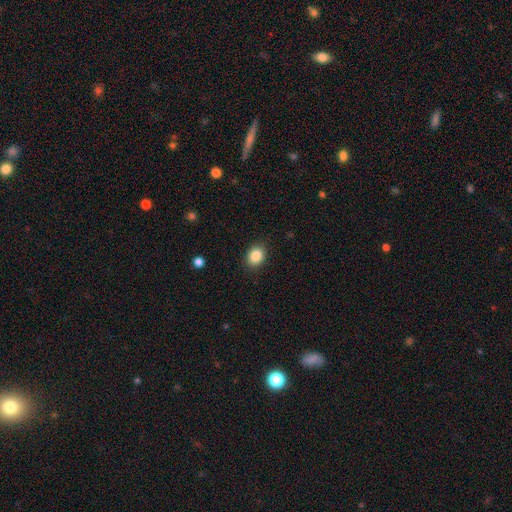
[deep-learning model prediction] Q: Smooth or featured?
A: smooth (86%); runner-up: star or artifact (9%)
Q: How rounded?
A: in between (54%); runner-up: round (46%)
Q: Merging?
A: none (88%); runner-up: minor disturbance (9%)